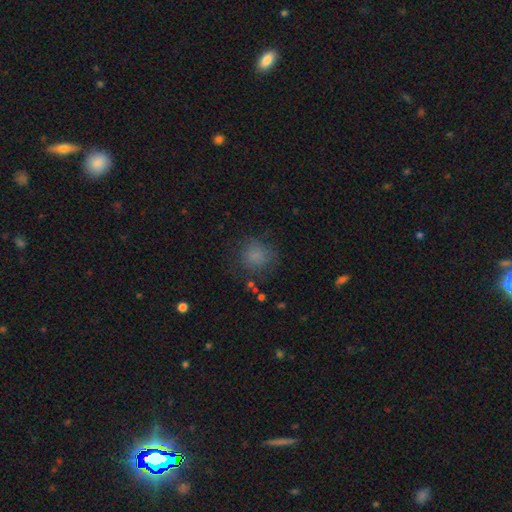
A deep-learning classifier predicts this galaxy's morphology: Smooth or featured?
  - smooth: 80% *
  - star or artifact: 13%
  - featured or disk: 7%
How rounded?
  - round: 85% *
  - in between: 14%
  - cigar-shaped: 1%
Merging?
  - none: 73% *
  - minor disturbance: 16%
  - major disturbance: 8%
  - merger: 2%